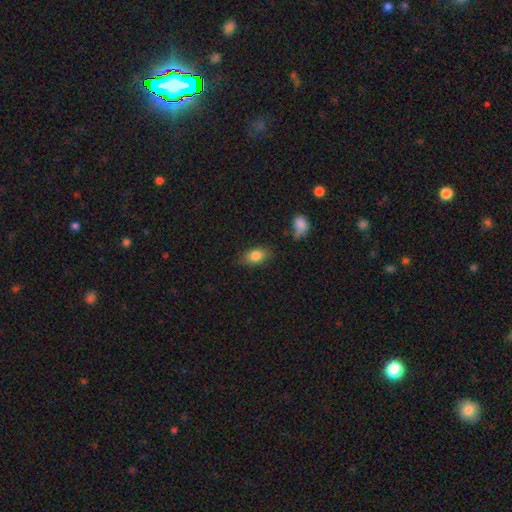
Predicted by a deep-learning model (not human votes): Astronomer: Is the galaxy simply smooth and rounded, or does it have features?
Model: smooth — 83%.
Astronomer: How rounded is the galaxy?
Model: in between — 86%.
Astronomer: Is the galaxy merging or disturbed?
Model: none — 77%.